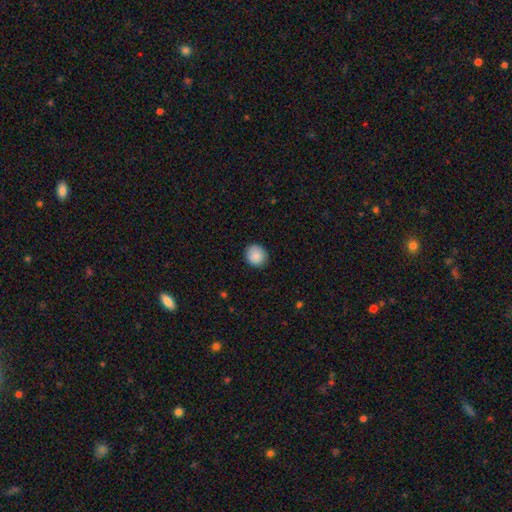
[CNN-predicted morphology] Smooth or featured? Predicted: smooth (p=0.88). How rounded? Predicted: round (p=0.87). Merging? Predicted: none (p=0.88).